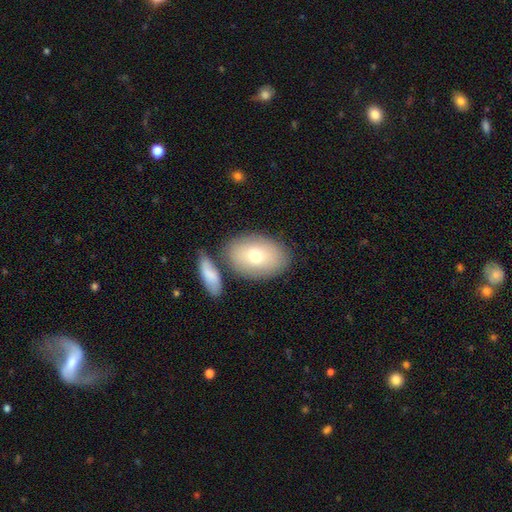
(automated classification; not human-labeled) The model was most divided on "smooth or featured": smooth: 72%, featured or disk: 20%, star or artifact: 8%. More confident: how rounded — in between (83%); merging — none (72%).